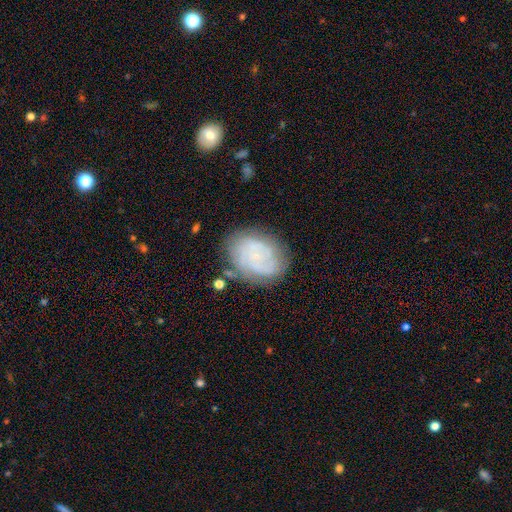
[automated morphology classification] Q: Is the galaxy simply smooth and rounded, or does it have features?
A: featured or disk — 66%.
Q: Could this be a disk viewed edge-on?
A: no — 98%.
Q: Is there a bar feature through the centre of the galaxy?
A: no — 77%.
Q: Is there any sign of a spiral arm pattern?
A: yes — 85%.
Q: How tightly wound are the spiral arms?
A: tight — 61%.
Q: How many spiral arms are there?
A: can't tell — 43%.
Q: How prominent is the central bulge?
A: small — 70%.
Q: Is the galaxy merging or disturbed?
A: none — 69%.